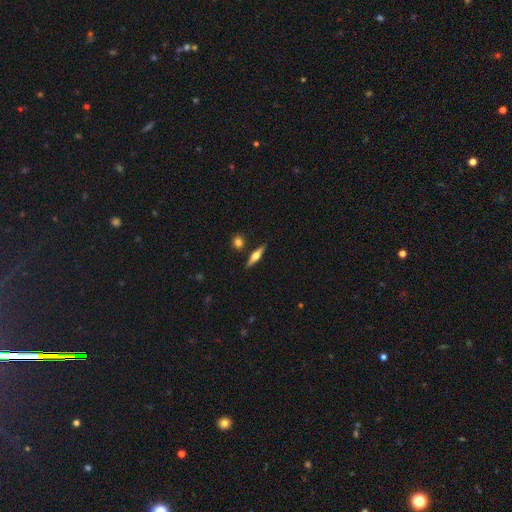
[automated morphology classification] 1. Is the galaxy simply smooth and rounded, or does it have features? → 61% featured or disk, 32% smooth, 6% star or artifact.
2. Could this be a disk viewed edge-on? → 96% yes, 4% no.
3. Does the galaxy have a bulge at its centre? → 92% rounded, 5% boxy, 3% none.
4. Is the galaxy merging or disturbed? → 85% none, 8% minor disturbance, 4% merger, 2% major disturbance.